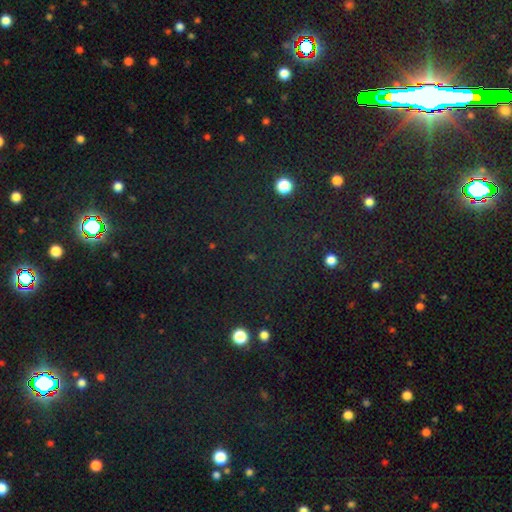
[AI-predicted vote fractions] Overall: star or artifact (79%).